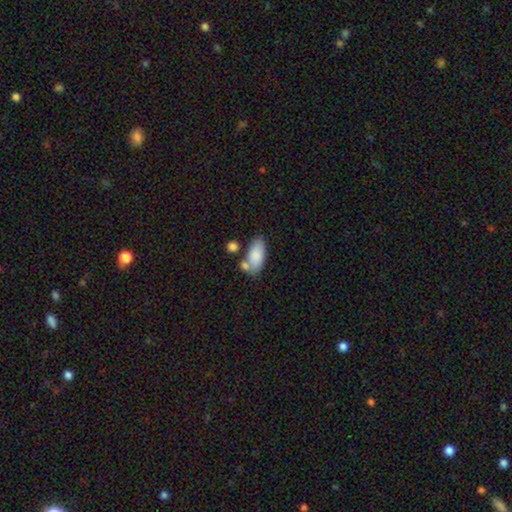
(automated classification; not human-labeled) A smooth galaxy with no disk features (83%) that is in between round and cigar-shaped (92%).

Vote fractions:
- Smooth or featured? smooth: 83% / featured or disk: 11% / star or artifact: 6%
- How rounded? in between: 92% / cigar-shaped: 5% / round: 3%
- Merging? none: 54% / merger: 23% / minor disturbance: 18% / major disturbance: 6%